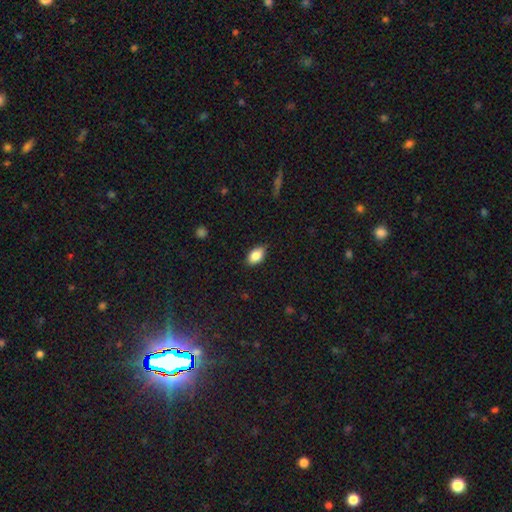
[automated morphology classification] smooth 85%, featured or disk 8%, star or artifact 8%. Down the decision tree: how rounded — in between (89%); merging — none (82%).